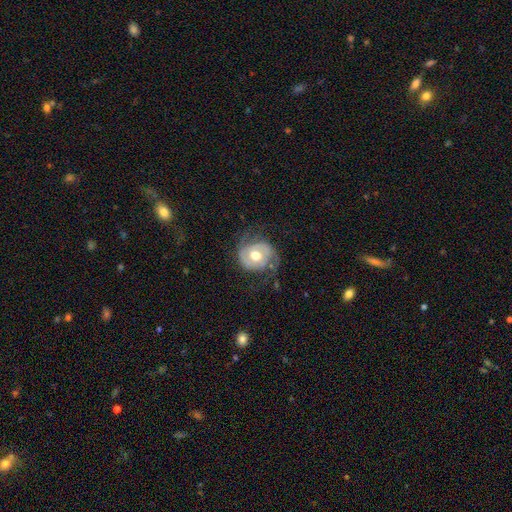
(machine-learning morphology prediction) type=featured or disk (78%); edge-on=no (97%); bar=no (63%); spiral arms=yes (89%); winding=medium (40%); arm count=2 (83%); bulge=moderate (73%); merging=none (64%).